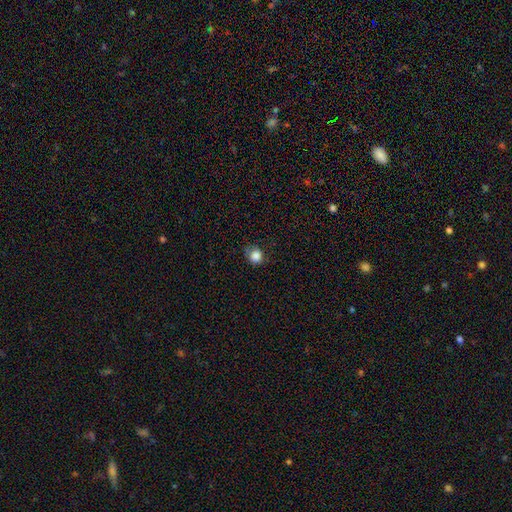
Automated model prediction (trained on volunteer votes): smooth 85%, star or artifact 11%, featured or disk 4%. Down the decision tree: how rounded — round (83%); merging — none (67%).